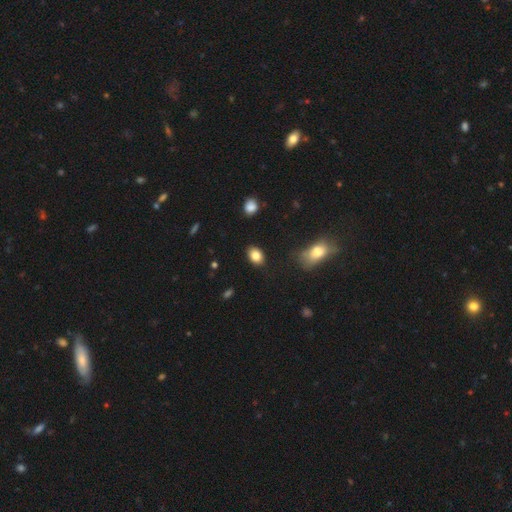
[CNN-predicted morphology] The model was most divided on "how rounded": in between: 79%, round: 19%, cigar-shaped: 1%. More confident: merging — none (86%); smooth or featured — smooth (84%).